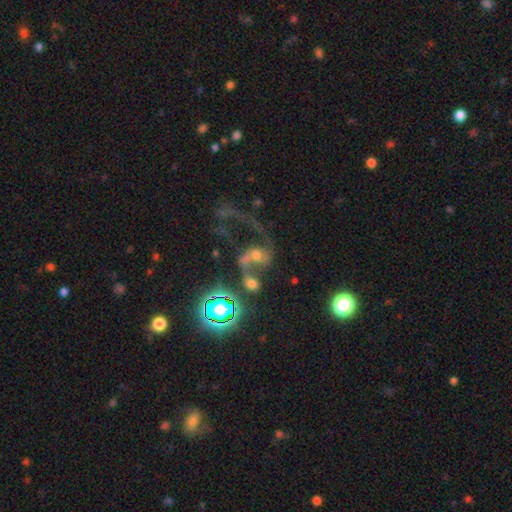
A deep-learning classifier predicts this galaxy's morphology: Smooth or featured?
  - featured or disk: 60% *
  - smooth: 20%
  - star or artifact: 19%
Edge-on disk?
  - no: 96% *
  - yes: 4%
Bar?
  - no: 63% *
  - weak: 25%
  - strong: 12%
Spiral arms?
  - yes: 75% *
  - no: 25%
Bulge size?
  - moderate: 47% *
  - small: 29%
  - large: 11%
  - none: 9%
  - dominant: 4%
Merging?
  - merger: 51% *
  - major disturbance: 23%
  - none: 18%
  - minor disturbance: 8%